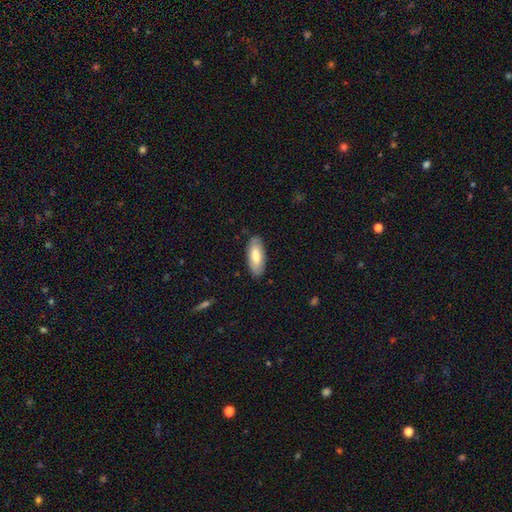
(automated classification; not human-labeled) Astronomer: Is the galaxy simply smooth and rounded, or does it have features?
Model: smooth — 70%.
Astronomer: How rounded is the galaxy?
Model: in between — 85%.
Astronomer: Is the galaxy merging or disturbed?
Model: none — 85%.